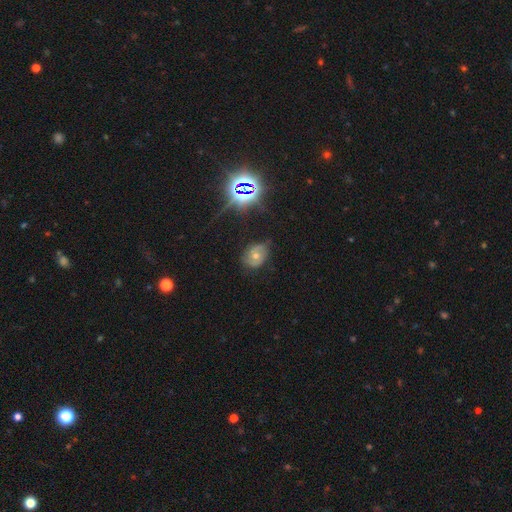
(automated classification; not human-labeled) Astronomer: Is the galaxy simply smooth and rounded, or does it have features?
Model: featured or disk — 48% (runner-up: smooth, 33%).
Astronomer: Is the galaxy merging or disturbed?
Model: none — 71%.